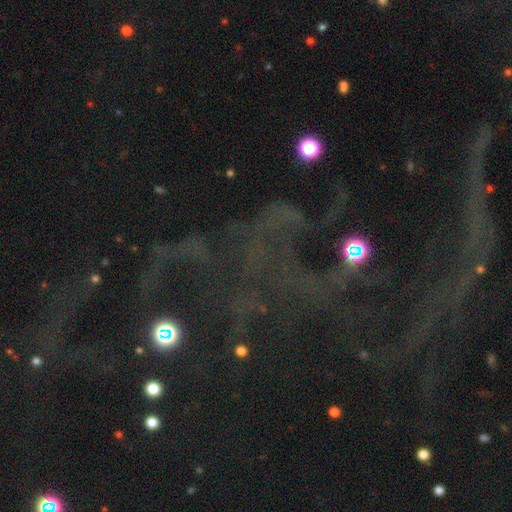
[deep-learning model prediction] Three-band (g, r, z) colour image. It shows a star or artifact, not a galaxy (62%).